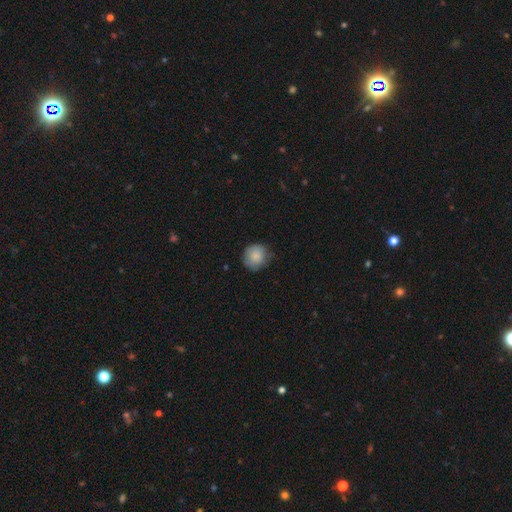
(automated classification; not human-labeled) Smooth or featured? Predicted: smooth (p=0.84). How rounded? Predicted: round (p=0.90). Merging? Predicted: none (p=0.74).